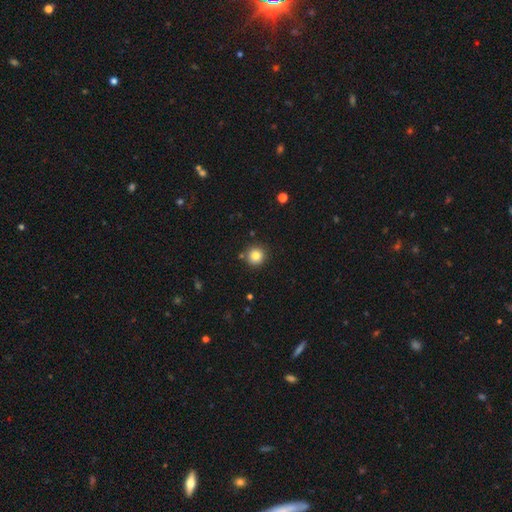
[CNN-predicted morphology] The model was most divided on "smooth or featured": smooth: 82%, star or artifact: 11%, featured or disk: 7%. More confident: how rounded — round (95%); merging — none (87%).